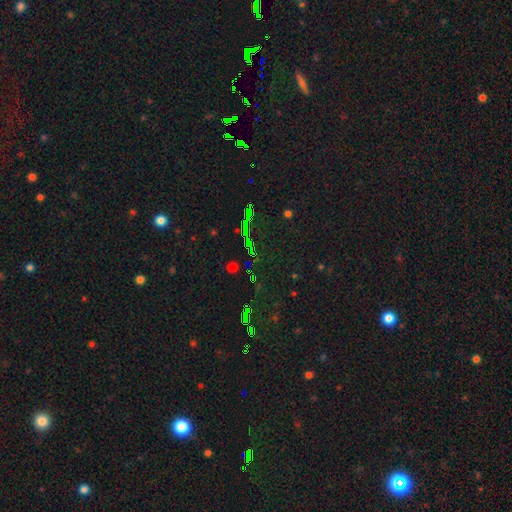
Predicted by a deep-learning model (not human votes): The model was most divided on "smooth or featured": star or artifact: 78%, smooth: 13%, featured or disk: 9%.